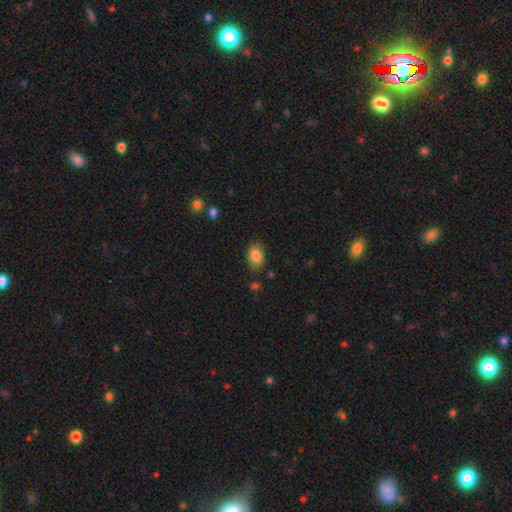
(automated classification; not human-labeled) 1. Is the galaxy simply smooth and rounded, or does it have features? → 85% smooth, 8% star or artifact, 7% featured or disk.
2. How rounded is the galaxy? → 83% in between, 16% round, 1% cigar-shaped.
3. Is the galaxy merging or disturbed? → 81% none, 14% minor disturbance, 3% major disturbance, 2% merger.